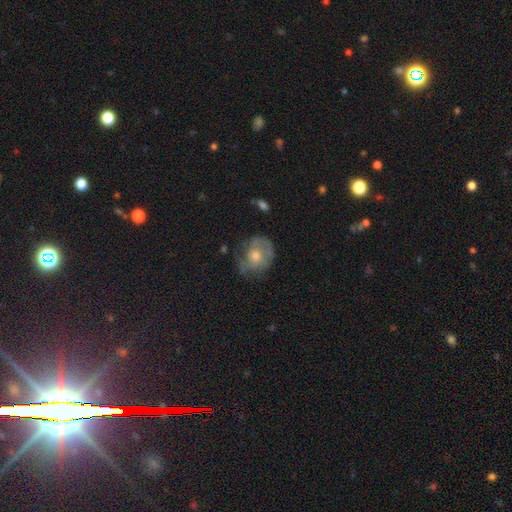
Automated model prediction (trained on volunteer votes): A featured or disk galaxy (52%) with no bar (81%), spiral arms (60%) and a moderate central bulge (64%).

Vote fractions:
- Smooth or featured? featured or disk: 52% / smooth: 37% / star or artifact: 10%
- Edge-on disk? no: 96% / yes: 4%
- Bar? no: 81% / weak: 16% / strong: 3%
- Spiral arms? yes: 60% / no: 40%
- Bulge size? moderate: 64% / small: 22% / large: 10% / none: 3% / dominant: 1%
- Merging? none: 61% / minor disturbance: 25% / major disturbance: 12% / merger: 2%